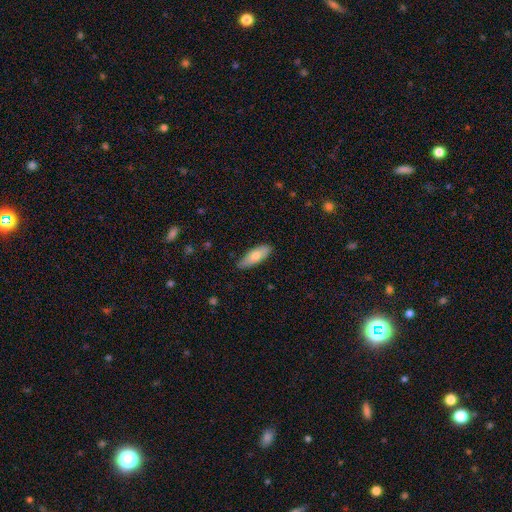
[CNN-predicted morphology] smooth_or_featured: smooth (p=0.73) [alt: featured or disk p=0.21]
how_rounded: in between (p=0.68) [alt: cigar-shaped p=0.30]
merging: none (p=0.80) [alt: minor disturbance p=0.16]